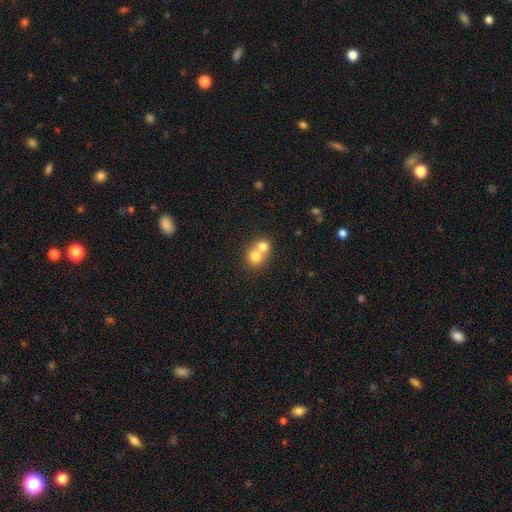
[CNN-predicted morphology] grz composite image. It shows a smooth galaxy with no disk features (74%) that is round (80%). Merging: merger (66%).